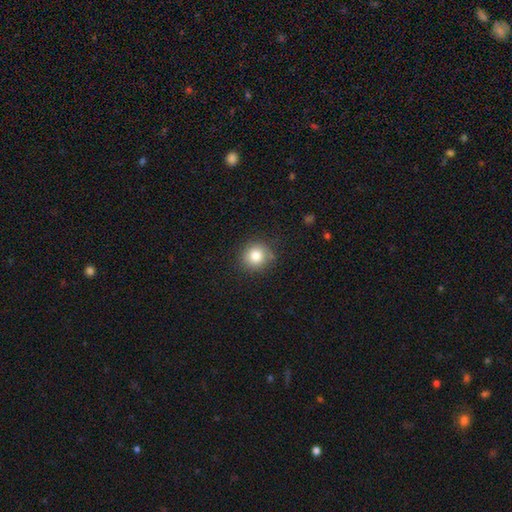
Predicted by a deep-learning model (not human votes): This appears to be a smooth galaxy with no disk features (82%) that is round (90%). Merging: none (83%).